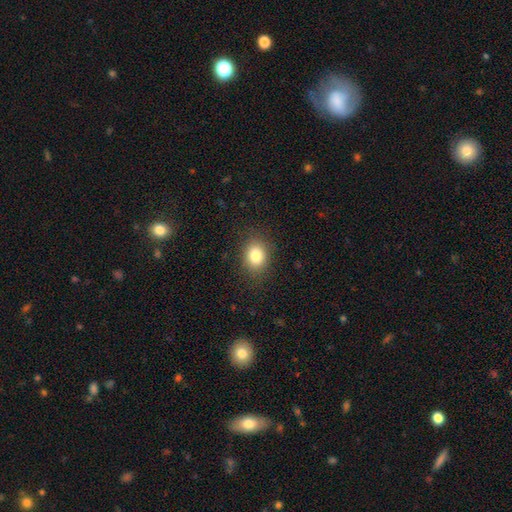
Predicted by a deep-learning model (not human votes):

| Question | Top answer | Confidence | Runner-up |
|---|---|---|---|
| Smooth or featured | smooth | 82% | star or artifact (10%) |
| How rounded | in between | 54% | round (45%) |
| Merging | none | 86% | minor disturbance (10%) |